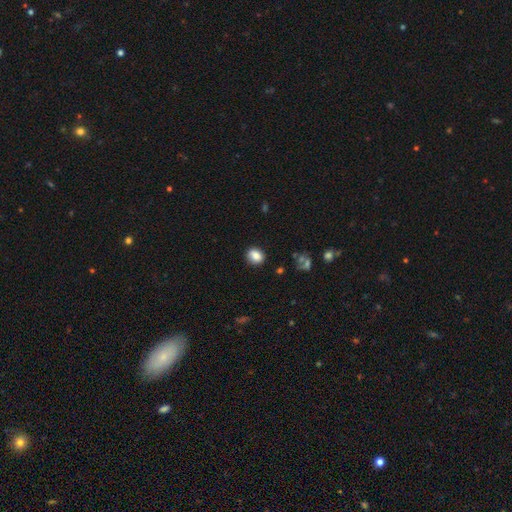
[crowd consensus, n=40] This appears to be a smooth galaxy with no disk features (78%) that is round (61%). Merging: none (74%).